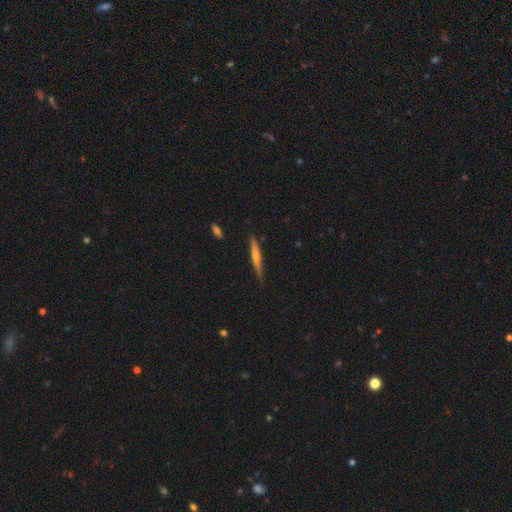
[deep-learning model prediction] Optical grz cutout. It shows a featured or disk galaxy (60%) viewed edge-on (97%) with a rounded central bulge (63%). Merging: none (87%).